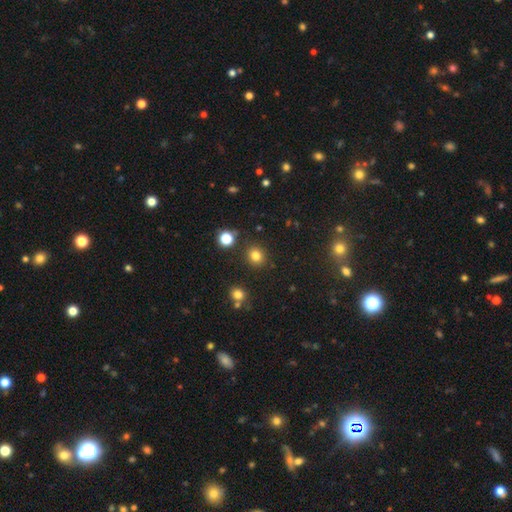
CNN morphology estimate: The model was most divided on "smooth or featured": smooth: 80%, star or artifact: 14%, featured or disk: 5%. More confident: merging — none (87%); how rounded — round (84%).